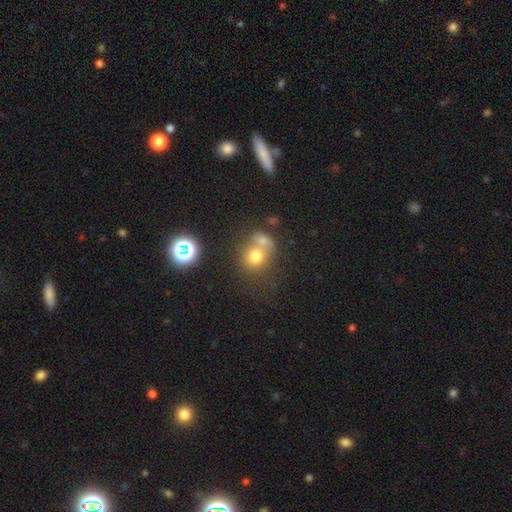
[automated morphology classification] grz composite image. It shows a smooth galaxy with no disk features (71%) that is round (73%). Merging: merger (52%).